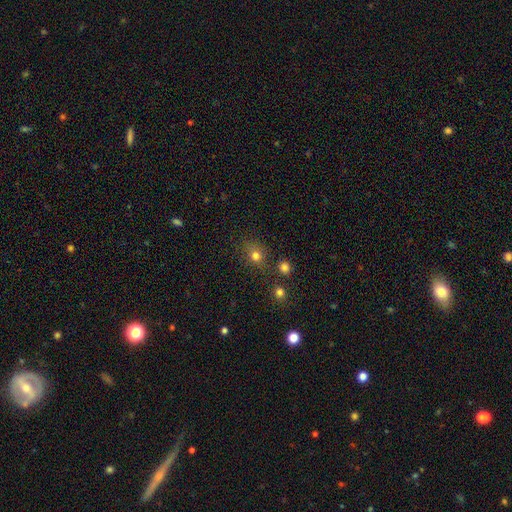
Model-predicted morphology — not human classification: A smooth galaxy with no disk features (75%) that is round (72%).

Vote fractions:
- Smooth or featured? smooth: 75% / star or artifact: 17% / featured or disk: 7%
- How rounded? round: 72% / in between: 26% / cigar-shaped: 1%
- Merging? none: 72% / minor disturbance: 14% / merger: 9% / major disturbance: 5%